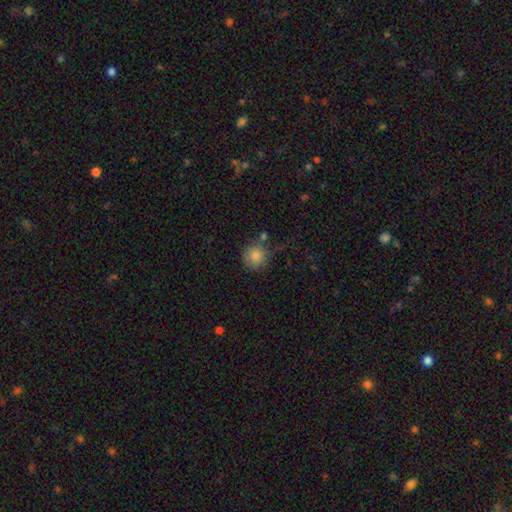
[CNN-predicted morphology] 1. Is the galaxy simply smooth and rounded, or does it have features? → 85% smooth, 10% star or artifact, 5% featured or disk.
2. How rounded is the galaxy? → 90% round, 9% in between, 1% cigar-shaped.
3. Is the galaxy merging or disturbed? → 75% none, 13% minor disturbance, 8% merger, 4% major disturbance.